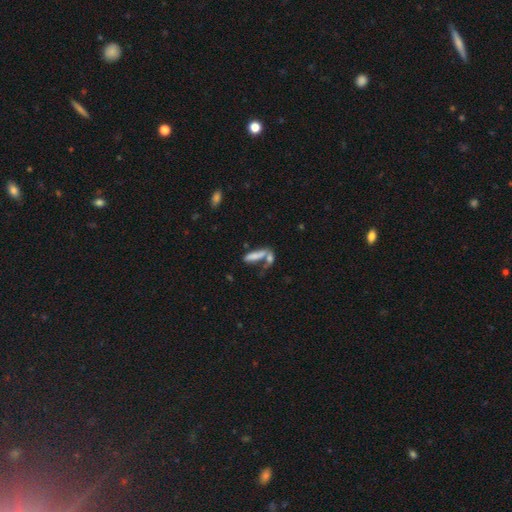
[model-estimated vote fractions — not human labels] Smooth or featured? smooth (70%)
How rounded? cigar-shaped (53%)
Merging? merger (51%)